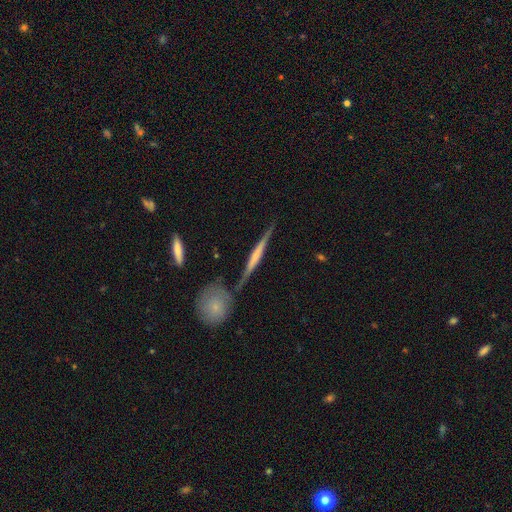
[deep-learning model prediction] This appears to be a featured or disk galaxy (66%) viewed edge-on (96%) with no central bulge (47%). Merging: none (80%).